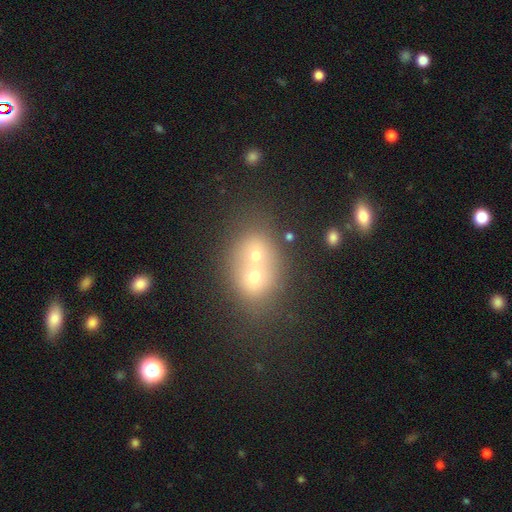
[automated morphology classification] Smooth or featured? Predicted: smooth (p=0.60). How rounded? Predicted: round (p=0.55). Merging? Predicted: merger (p=0.69).